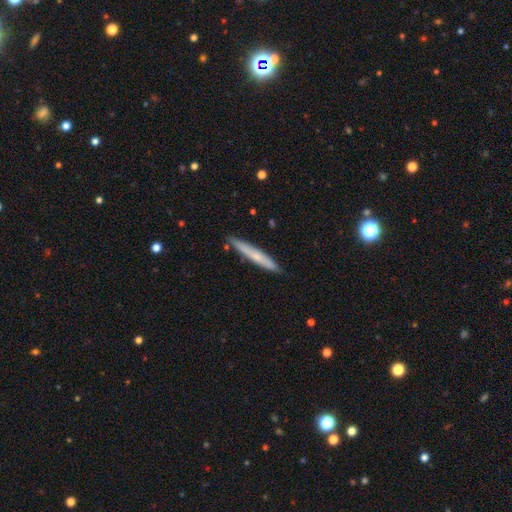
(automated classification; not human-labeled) A smooth galaxy with no disk features (60%) that is cigar-shaped (96%).

Vote fractions:
- Smooth or featured? smooth: 60% / featured or disk: 34% / star or artifact: 6%
- How rounded? cigar-shaped: 96% / in between: 3% / round: 1%
- Merging? none: 88% / minor disturbance: 9% / merger: 2% / major disturbance: 1%